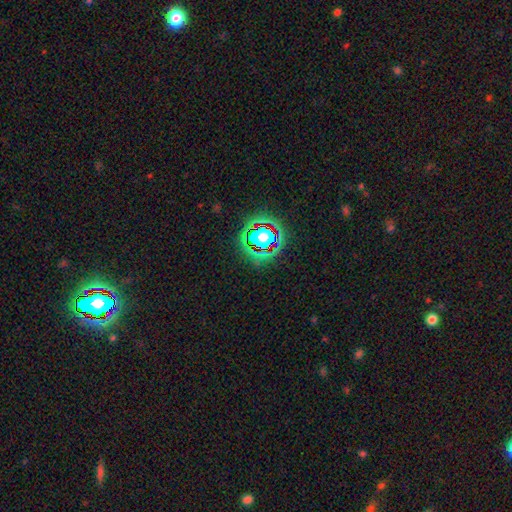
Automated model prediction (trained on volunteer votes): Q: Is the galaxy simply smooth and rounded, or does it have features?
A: star or artifact — 78%.